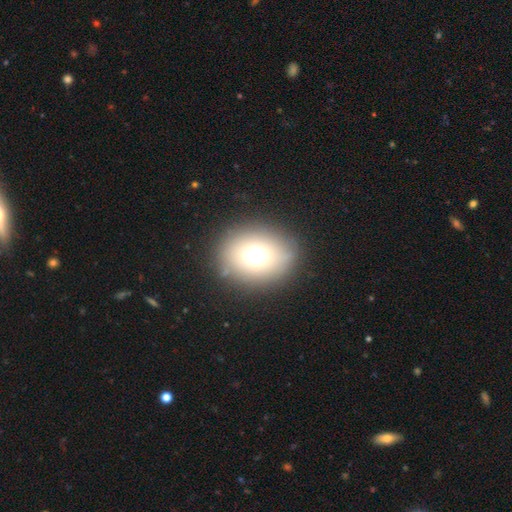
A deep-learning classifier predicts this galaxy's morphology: smooth-or-featured: smooth: 69% | star or artifact: 18% | featured or disk: 14%
  how-rounded: round: 63% | in between: 36% | cigar-shaped: 1%
  merging: none: 84% | minor disturbance: 9% | major disturbance: 5% | merger: 2%